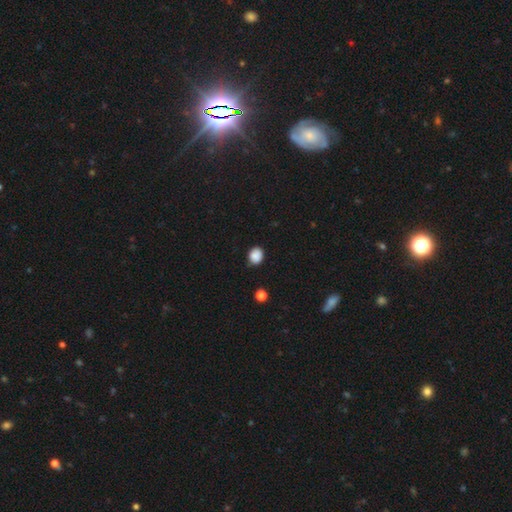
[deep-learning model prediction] smooth_or_featured: smooth (p=0.87) [alt: star or artifact p=0.09]
how_rounded: round (p=0.56) [alt: in between p=0.43]
merging: none (p=0.77) [alt: minor disturbance p=0.18]